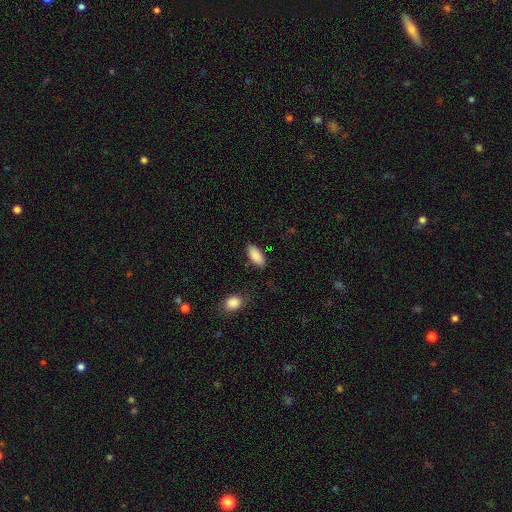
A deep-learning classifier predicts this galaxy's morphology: The model was most divided on "merging": none: 82%, minor disturbance: 12%, major disturbance: 3%, merger: 3%. More confident: how rounded — in between (89%); smooth or featured — smooth (89%).